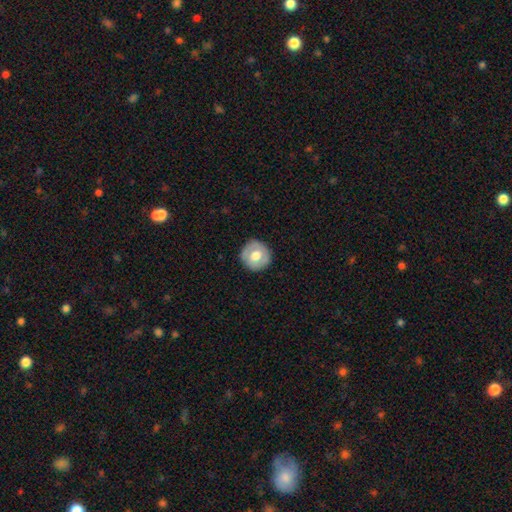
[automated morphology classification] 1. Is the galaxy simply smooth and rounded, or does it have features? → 60% smooth, 33% featured or disk, 7% star or artifact.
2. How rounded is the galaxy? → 93% round, 6% in between, 1% cigar-shaped.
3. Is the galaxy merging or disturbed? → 87% none, 9% minor disturbance, 2% major disturbance, 1% merger.